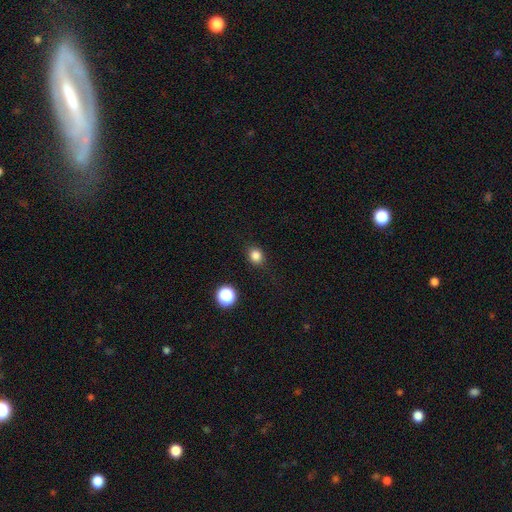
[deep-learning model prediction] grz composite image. It shows a smooth galaxy with no disk features (83%) that is round (71%). Merging: none (85%).